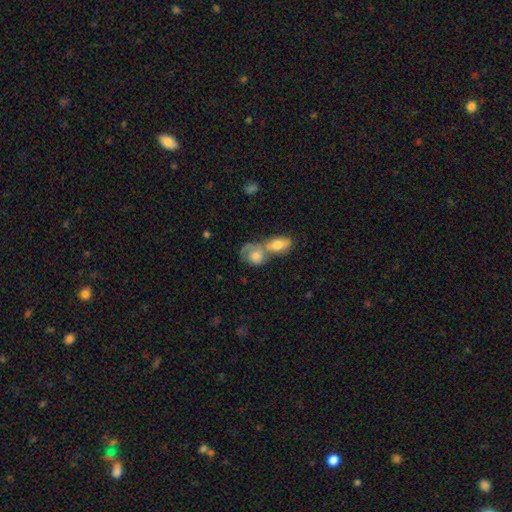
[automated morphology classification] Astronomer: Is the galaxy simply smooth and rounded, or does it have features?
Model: smooth — 61%.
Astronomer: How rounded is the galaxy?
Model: in between — 50% (runner-up: round, 47%).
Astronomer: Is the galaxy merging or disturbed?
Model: merger — 66%.